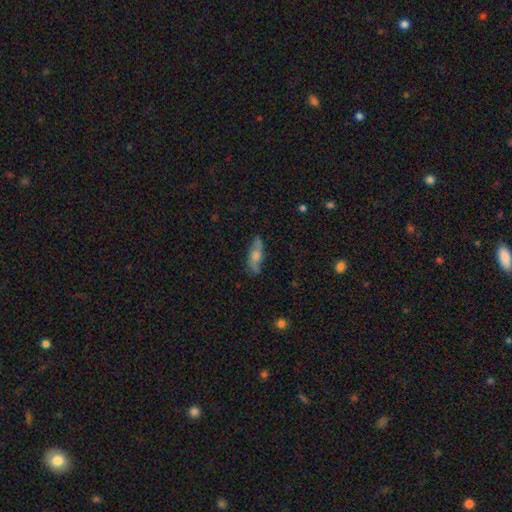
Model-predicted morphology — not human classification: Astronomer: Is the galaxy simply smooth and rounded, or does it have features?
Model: smooth — 62%.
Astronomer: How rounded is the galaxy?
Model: in between — 59% (runner-up: cigar-shaped, 39%).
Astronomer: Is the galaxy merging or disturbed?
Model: none — 76%.